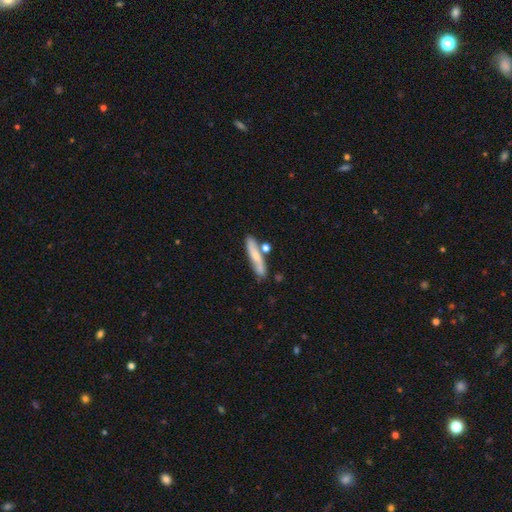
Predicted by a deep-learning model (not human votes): The model was most divided on "smooth or featured": smooth: 59%, featured or disk: 35%, star or artifact: 6%. More confident: how rounded — cigar-shaped (83%); merging — none (71%).